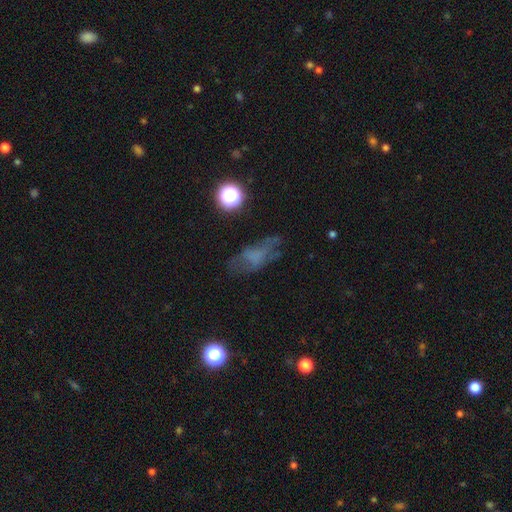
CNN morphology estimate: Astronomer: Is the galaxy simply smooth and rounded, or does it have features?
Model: smooth — 43% (runner-up: featured or disk, 36%).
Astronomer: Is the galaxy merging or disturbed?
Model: none — 54%.